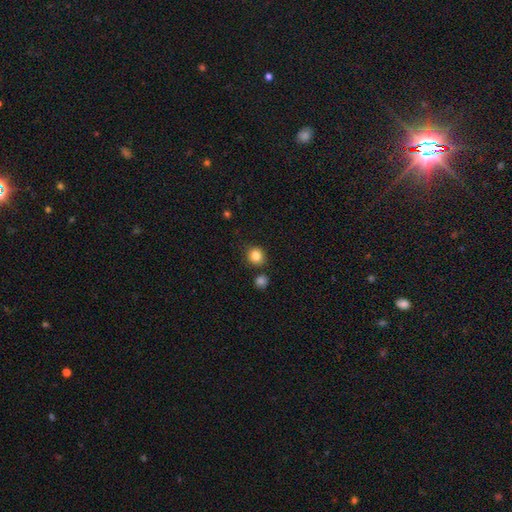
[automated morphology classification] Q: Smooth or featured?
A: smooth (84%); runner-up: star or artifact (11%)
Q: How rounded?
A: round (86%); runner-up: in between (13%)
Q: Merging?
A: none (83%); runner-up: minor disturbance (9%)